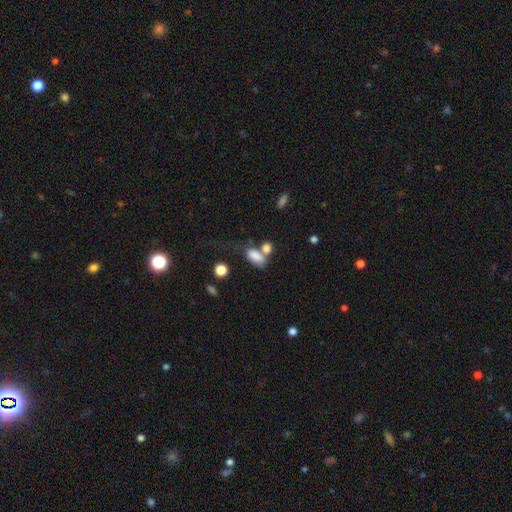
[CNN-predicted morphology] smooth_or_featured: smooth (p=0.80) [alt: featured or disk p=0.11]
how_rounded: in between (p=0.85) [alt: round p=0.10]
merging: merger (p=0.43) [alt: none p=0.30]